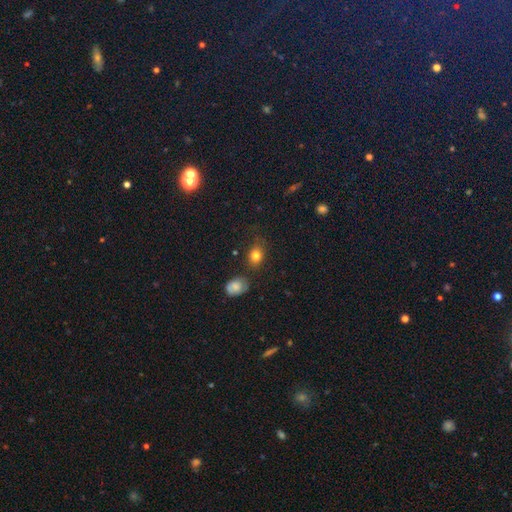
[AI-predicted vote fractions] Smooth or featured?
  - smooth: 81% *
  - star or artifact: 11%
  - featured or disk: 8%
How rounded?
  - in between: 55% *
  - round: 43%
  - cigar-shaped: 1%
Merging?
  - none: 72% *
  - minor disturbance: 18%
  - major disturbance: 5%
  - merger: 5%